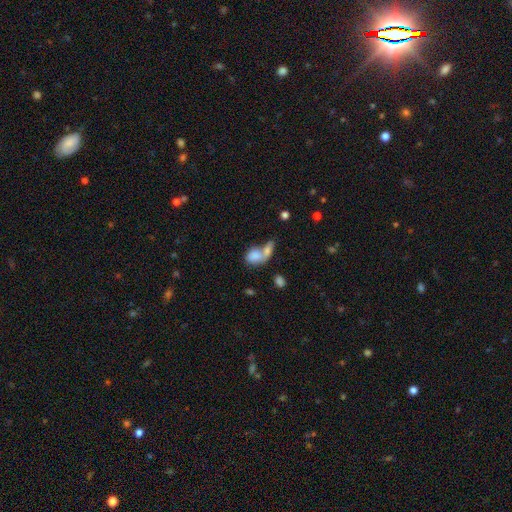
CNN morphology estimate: A smooth galaxy with no disk features (78%) that is in between round and cigar-shaped (78%). Merging: merger (69%).